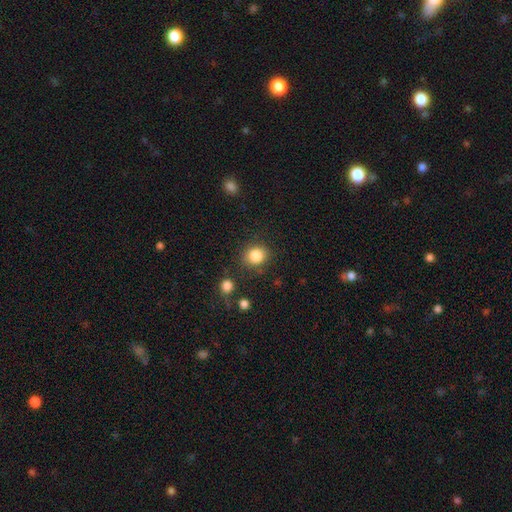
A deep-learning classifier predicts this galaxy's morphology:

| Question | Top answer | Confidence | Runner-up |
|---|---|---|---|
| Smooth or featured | smooth | 85% | star or artifact (10%) |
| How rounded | round | 75% | in between (24%) |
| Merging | none | 82% | minor disturbance (11%) |